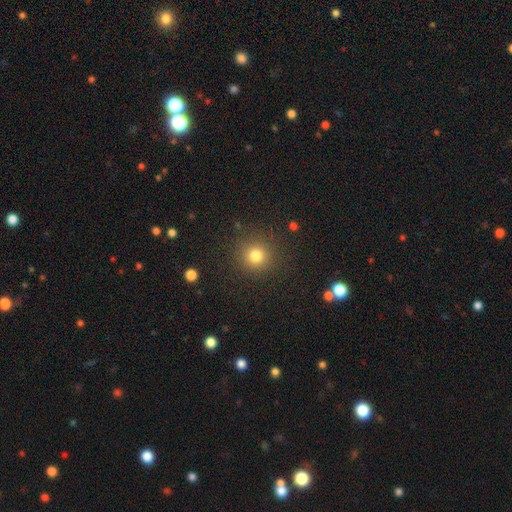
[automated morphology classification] Q: Smooth or featured?
A: smooth (79%); runner-up: star or artifact (14%)
Q: How rounded?
A: round (93%); runner-up: in between (6%)
Q: Merging?
A: none (89%); runner-up: minor disturbance (7%)